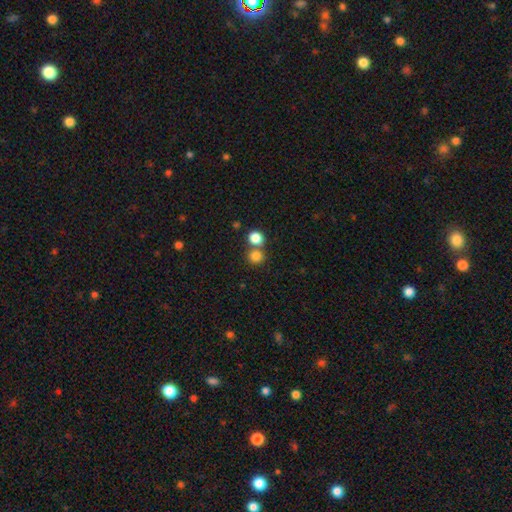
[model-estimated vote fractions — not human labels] This appears to be a smooth galaxy with no disk features (82%) that is round (88%). Merging: none (57%).